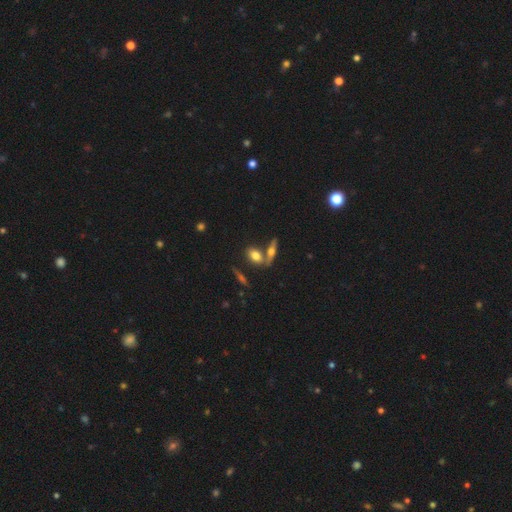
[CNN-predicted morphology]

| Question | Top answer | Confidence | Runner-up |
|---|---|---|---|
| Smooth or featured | smooth | 62% | featured or disk (29%) |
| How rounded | in between | 73% | cigar-shaped (14%) |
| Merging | none | 58% | merger (30%) |